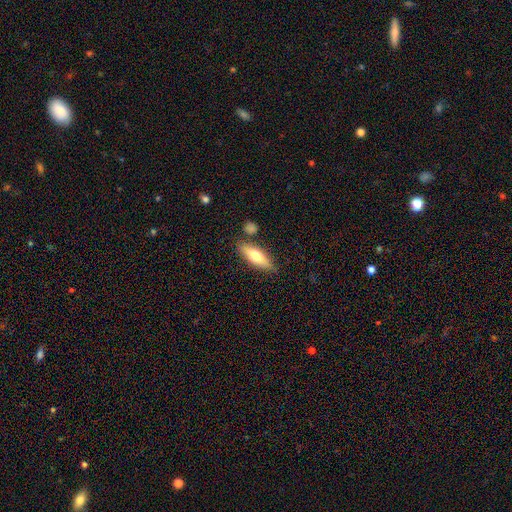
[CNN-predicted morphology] A smooth galaxy with no disk features (65%) that is in between round and cigar-shaped (52%).

Vote fractions:
- Smooth or featured? smooth: 65% / featured or disk: 29% / star or artifact: 6%
- How rounded? in between: 52% / cigar-shaped: 46% / round: 2%
- Merging? none: 79% / minor disturbance: 12% / merger: 6% / major disturbance: 3%